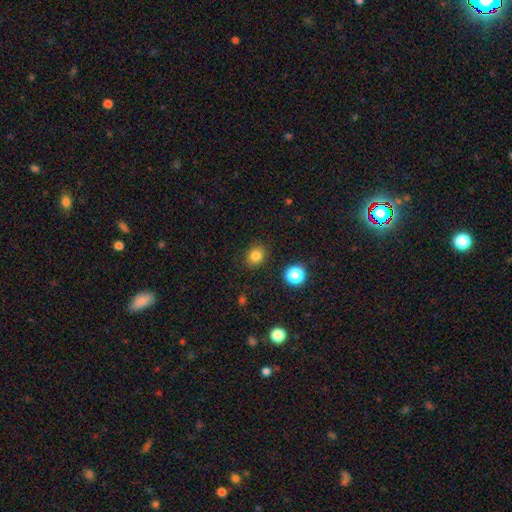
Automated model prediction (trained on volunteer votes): A smooth galaxy with no disk features (81%) that is round (69%).

Vote fractions:
- Smooth or featured? smooth: 81% / star or artifact: 14% / featured or disk: 5%
- How rounded? round: 69% / in between: 30% / cigar-shaped: 1%
- Merging? none: 87% / minor disturbance: 8% / major disturbance: 3% / merger: 2%